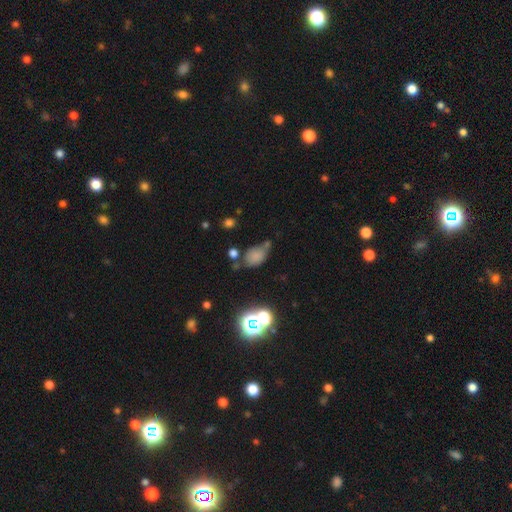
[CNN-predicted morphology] Overall: smooth (70%). How rounded: in between (77%). Merging: none (42%; minor disturbance 28%).